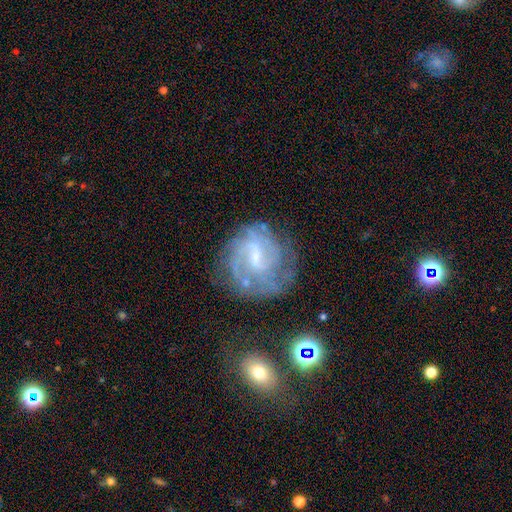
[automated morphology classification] featured or disk 80%, smooth 12%, star or artifact 8%. Down the decision tree: edge-on disk — no (97%); bar — weak (58%); spiral arms — yes (90%); spiral arm count — can't tell (35%); spiral winding — tight (48%); bulge size — small (45%); merging — none (61%).